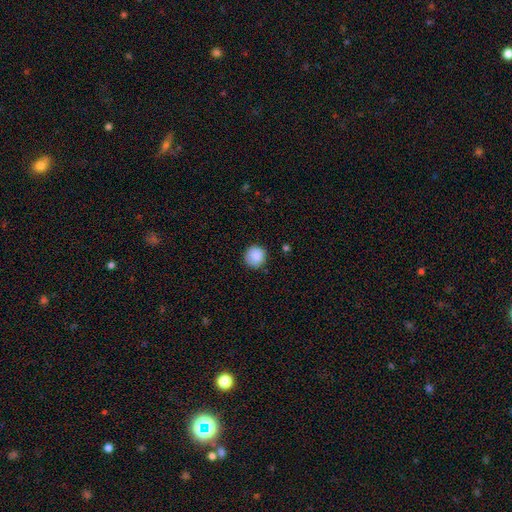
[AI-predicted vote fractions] Smooth or featured? smooth (88%)
How rounded? round (94%)
Merging? none (87%)